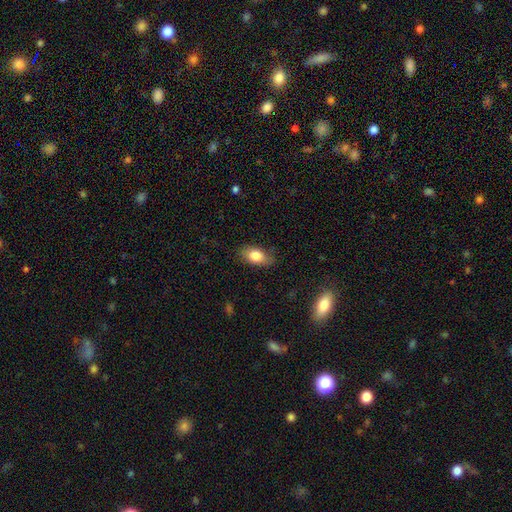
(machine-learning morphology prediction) Q: Smooth or featured?
A: smooth (81%); runner-up: featured or disk (12%)
Q: How rounded?
A: in between (88%); runner-up: round (8%)
Q: Merging?
A: none (78%); runner-up: minor disturbance (17%)